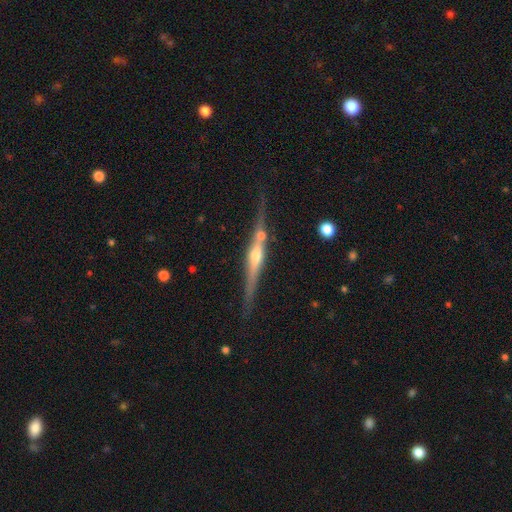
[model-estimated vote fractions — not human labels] Smooth or featured: featured or disk — 79% (smooth — 15%)
Edge-on disk: yes — 97% (no — 3%)
Edge-on bulge: rounded — 83% (boxy — 9%)
Merging: none — 78% (minor disturbance — 13%)